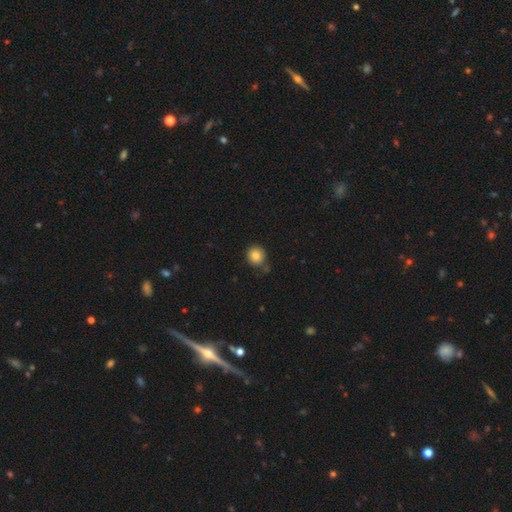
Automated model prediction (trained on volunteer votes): smooth-or-featured: smooth: 83% | star or artifact: 10% | featured or disk: 7%
  how-rounded: round: 90% | in between: 9% | cigar-shaped: 1%
  merging: none: 72% | minor disturbance: 16% | merger: 8% | major disturbance: 4%